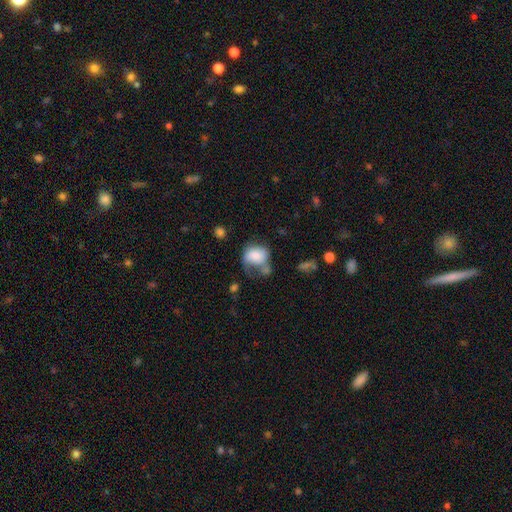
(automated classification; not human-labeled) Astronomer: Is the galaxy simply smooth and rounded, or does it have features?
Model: smooth — 70%.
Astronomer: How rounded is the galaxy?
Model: in between — 51% (runner-up: round, 48%).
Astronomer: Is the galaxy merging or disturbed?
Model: major disturbance — 29% (runner-up: none, 27%).